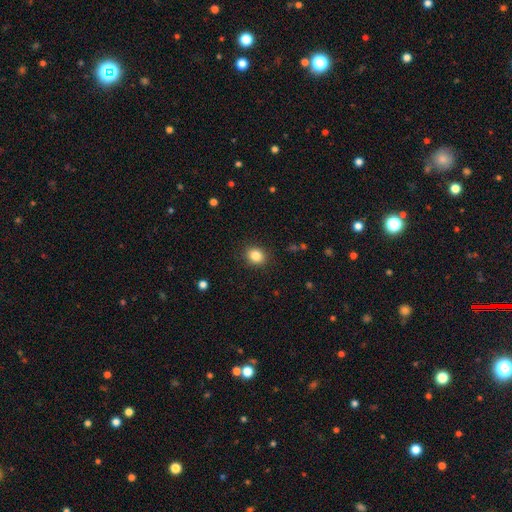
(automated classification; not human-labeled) Smooth or featured? smooth (84%)
How rounded? round (62%)
Merging? none (89%)